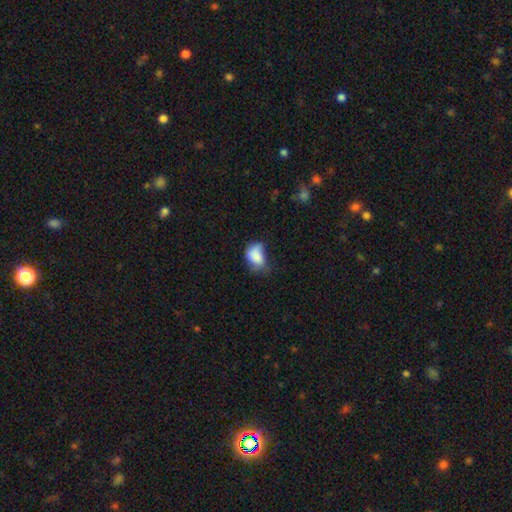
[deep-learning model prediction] This is likely a smooth galaxy (78%). How rounded: clearly in between (81%). Merging: marginally minor disturbance (39%).